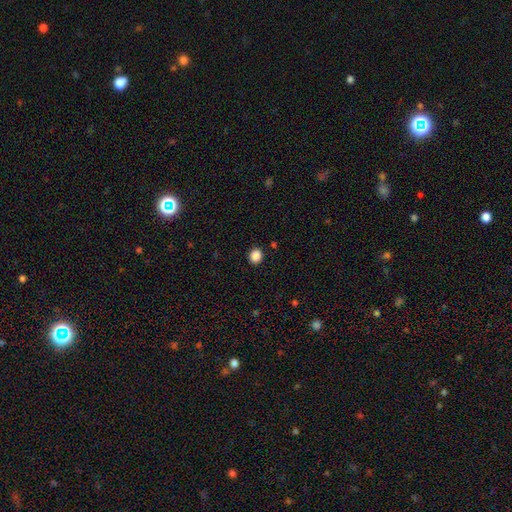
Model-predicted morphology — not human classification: Q: Smooth or featured?
A: smooth (87%); runner-up: star or artifact (10%)
Q: How rounded?
A: round (72%); runner-up: in between (27%)
Q: Merging?
A: none (91%); runner-up: minor disturbance (6%)